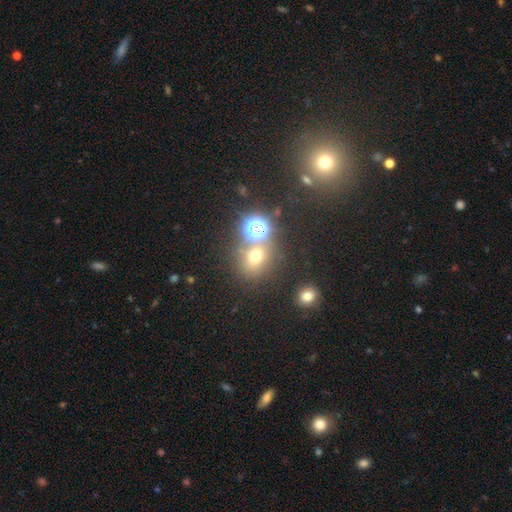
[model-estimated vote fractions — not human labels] smooth_or_featured: smooth (p=0.59) [alt: star or artifact p=0.30]
how_rounded: round (p=0.75) [alt: in between p=0.24]
merging: none (p=0.63) [alt: merger p=0.21]